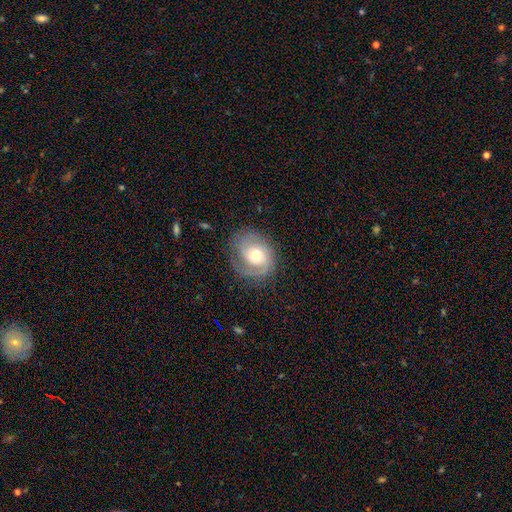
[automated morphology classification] The model was most divided on "spiral winding": tight: 48%, medium: 38%, loose: 13%. Remaining: edge-on disk — no (97%); spiral arms — yes (94%); smooth or featured — featured or disk (77%); merging — none (72%); bar — no (66%); bulge size — moderate (64%); spiral arm count — 2 (47%).